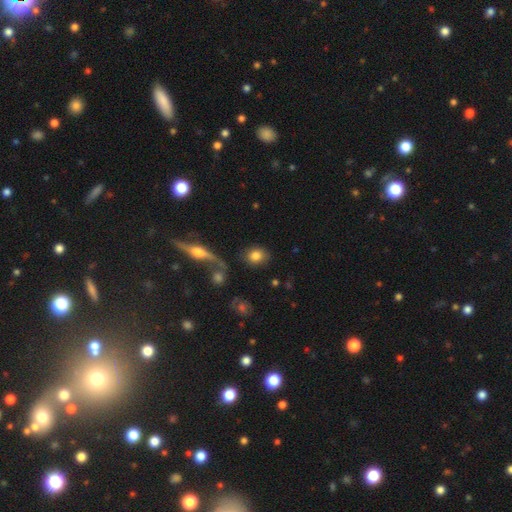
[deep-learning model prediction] Smooth or featured? Predicted: smooth (p=0.79). How rounded? Predicted: round (p=0.51). Merging? Predicted: none (p=0.77).